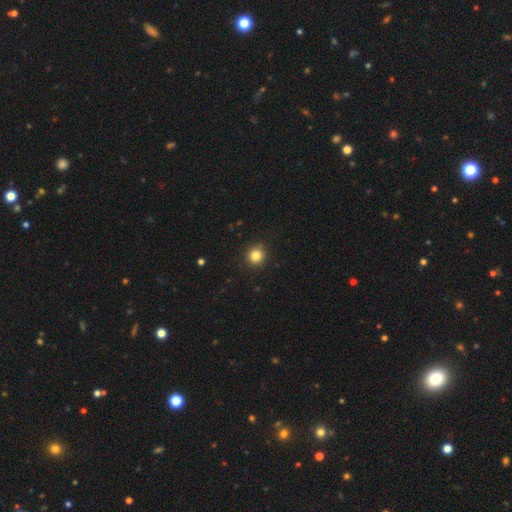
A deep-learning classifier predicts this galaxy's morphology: This appears to be a smooth galaxy with no disk features (83%) that is round (92%). Merging: none (90%).